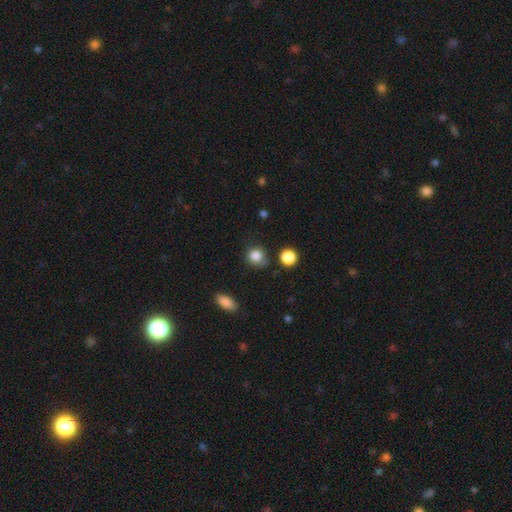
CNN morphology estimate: This appears to be a smooth galaxy with no disk features (84%) that is round (79%). Merging: none (62%).